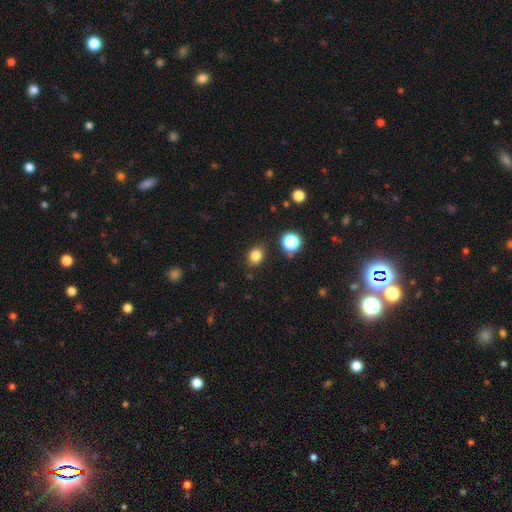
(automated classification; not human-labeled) smooth_or_featured: smooth (p=0.82) [alt: star or artifact p=0.13]
how_rounded: round (p=0.55) [alt: in between p=0.44]
merging: none (p=0.86) [alt: minor disturbance p=0.09]